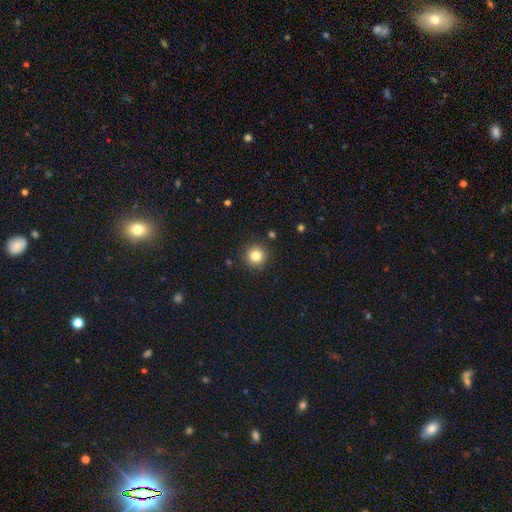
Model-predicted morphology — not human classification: Q: Smooth or featured?
A: smooth (82%); runner-up: star or artifact (11%)
Q: How rounded?
A: round (96%); runner-up: in between (4%)
Q: Merging?
A: none (91%); runner-up: minor disturbance (6%)